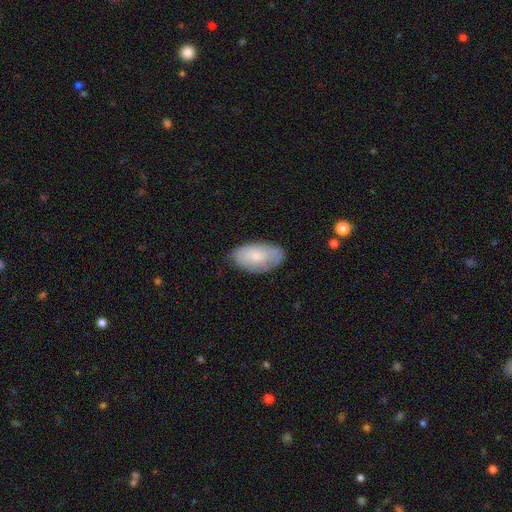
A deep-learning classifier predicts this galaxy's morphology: Smooth or featured? smooth (73%)
How rounded? in between (95%)
Merging? none (68%)